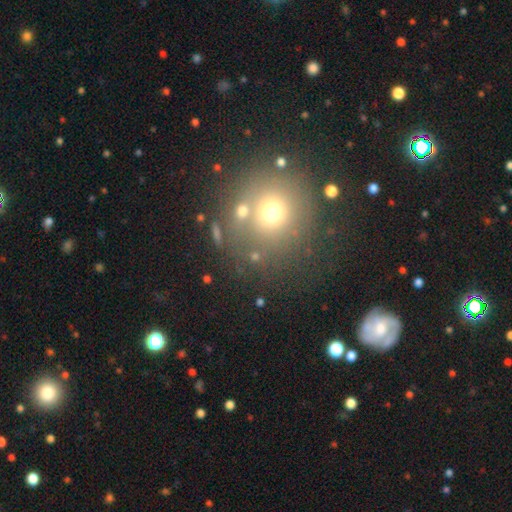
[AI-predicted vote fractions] Smooth or featured? Predicted: smooth (p=0.63). How rounded? Predicted: round (p=0.92). Merging? Predicted: none (p=0.74).